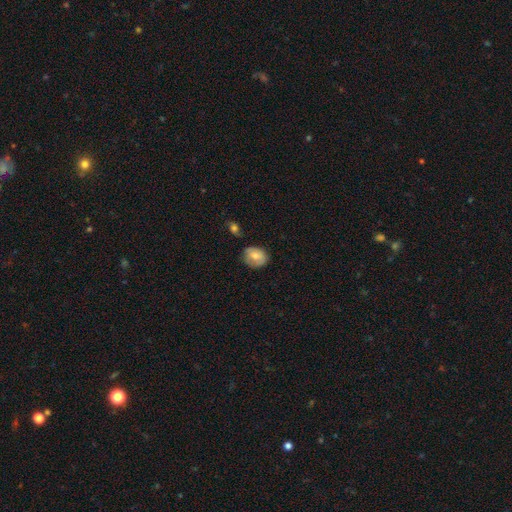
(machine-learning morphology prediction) type=smooth (67%); roundness=round (55%); merging=none (57%).